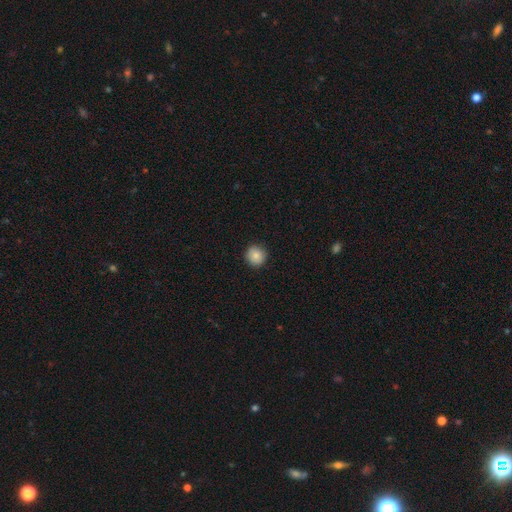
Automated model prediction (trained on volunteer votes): A smooth galaxy with no disk features (85%) that is round (94%).

Vote fractions:
- Smooth or featured? smooth: 85% / star or artifact: 9% / featured or disk: 6%
- How rounded? round: 94% / in between: 5% / cigar-shaped: 1%
- Merging? none: 90% / minor disturbance: 7% / major disturbance: 2% / merger: 1%